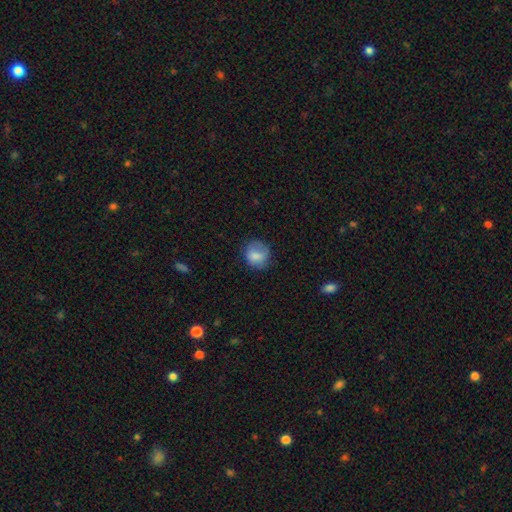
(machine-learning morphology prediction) Smooth or featured?
  - smooth: 78% *
  - featured or disk: 13%
  - star or artifact: 9%
How rounded?
  - round: 74% *
  - in between: 25%
  - cigar-shaped: 1%
Merging?
  - none: 60% *
  - minor disturbance: 26%
  - major disturbance: 13%
  - merger: 2%